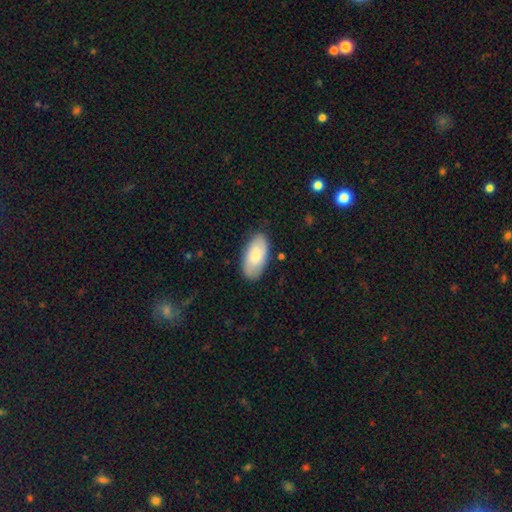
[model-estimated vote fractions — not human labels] smooth_or_featured: smooth (p=0.73) [alt: featured or disk p=0.21]
how_rounded: in between (p=0.94) [alt: cigar-shaped p=0.03]
merging: none (p=0.83) [alt: minor disturbance p=0.13]